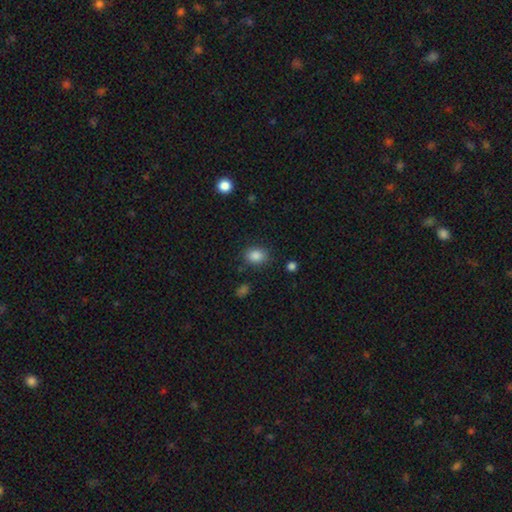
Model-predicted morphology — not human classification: This appears to be a smooth galaxy with no disk features (86%) that is in between round and cigar-shaped (60%). Merging: none (81%).